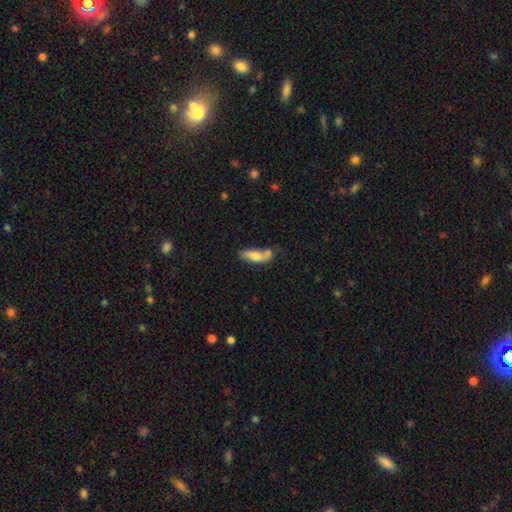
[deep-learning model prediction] Q: Smooth or featured?
A: smooth (69%); runner-up: featured or disk (23%)
Q: How rounded?
A: in between (64%); runner-up: cigar-shaped (33%)
Q: Merging?
A: none (41%); runner-up: merger (27%)